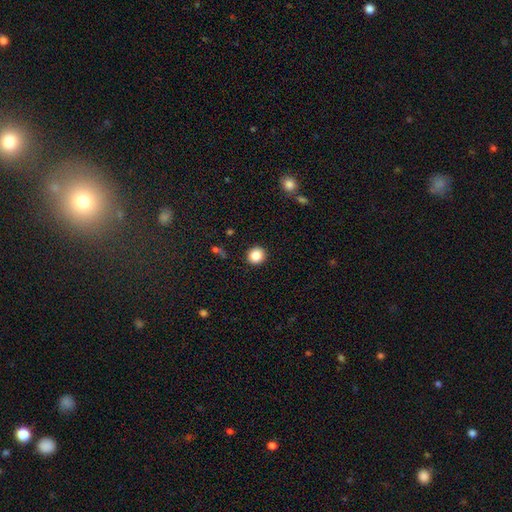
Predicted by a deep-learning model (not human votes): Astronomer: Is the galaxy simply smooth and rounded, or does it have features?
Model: smooth — 86%.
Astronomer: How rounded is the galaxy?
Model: round — 90%.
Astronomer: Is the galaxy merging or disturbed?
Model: none — 92%.